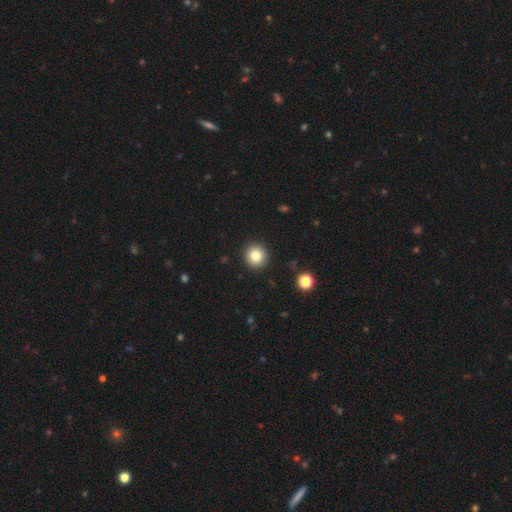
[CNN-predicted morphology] smooth_or_featured: smooth (p=0.81) [alt: star or artifact p=0.11]
how_rounded: round (p=0.94) [alt: in between p=0.05]
merging: none (p=0.92) [alt: minor disturbance p=0.05]